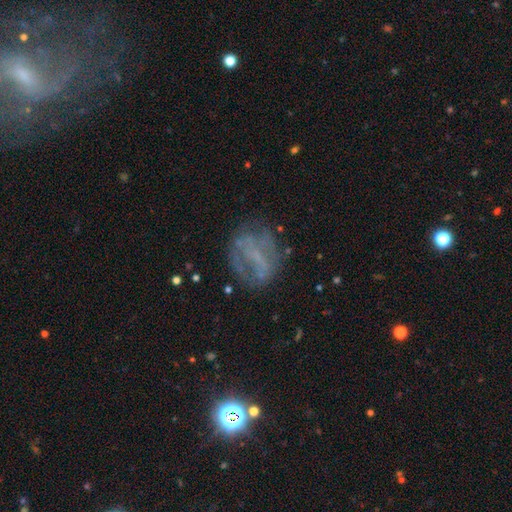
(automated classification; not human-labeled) smooth-or-featured: featured or disk: 51% | smooth: 29% | star or artifact: 20%
  disk-edge-on: no: 95% | yes: 5%
  merging: none: 65% | minor disturbance: 17% | major disturbance: 15% | merger: 2%